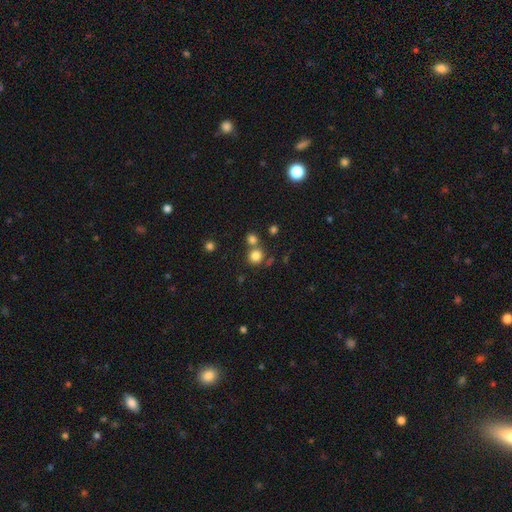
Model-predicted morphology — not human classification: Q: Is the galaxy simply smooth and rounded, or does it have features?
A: smooth — 80%.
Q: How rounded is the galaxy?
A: round — 86%.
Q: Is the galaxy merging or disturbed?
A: none — 65%.